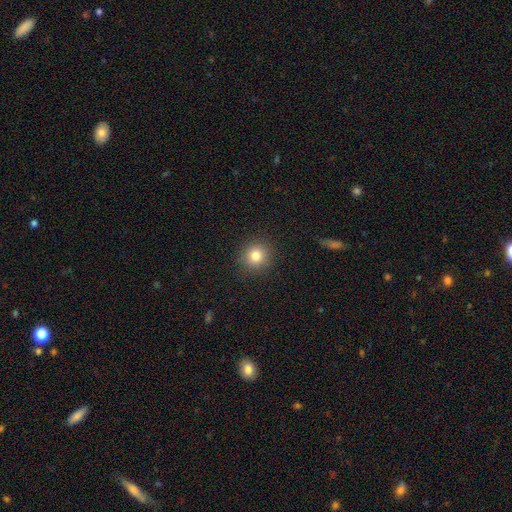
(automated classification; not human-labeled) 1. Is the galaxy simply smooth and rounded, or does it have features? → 82% smooth, 12% star or artifact, 7% featured or disk.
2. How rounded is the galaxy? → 90% round, 9% in between, 1% cigar-shaped.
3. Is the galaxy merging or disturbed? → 90% none, 6% minor disturbance, 2% major disturbance, 1% merger.